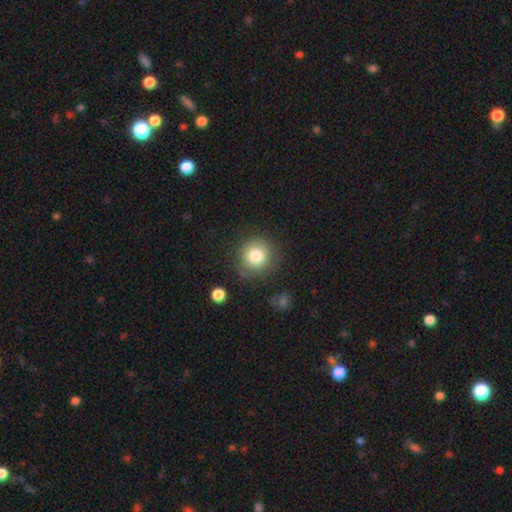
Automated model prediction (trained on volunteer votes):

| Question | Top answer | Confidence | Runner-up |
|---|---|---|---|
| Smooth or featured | smooth | 81% | star or artifact (10%) |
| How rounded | round | 93% | in between (6%) |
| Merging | none | 81% | minor disturbance (11%) |